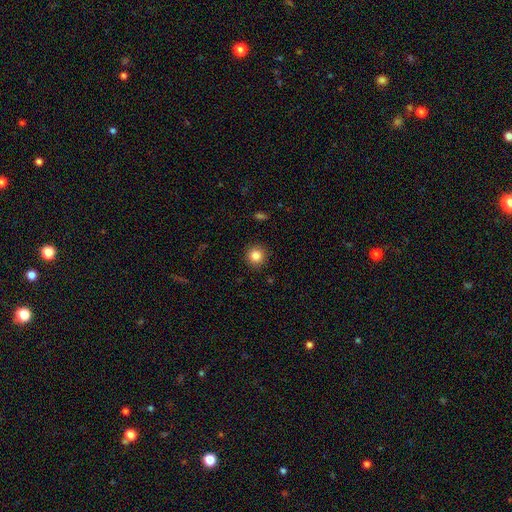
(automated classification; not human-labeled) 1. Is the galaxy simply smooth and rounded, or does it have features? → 84% smooth, 11% star or artifact, 5% featured or disk.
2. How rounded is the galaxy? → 94% round, 5% in between, 1% cigar-shaped.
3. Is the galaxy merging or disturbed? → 91% none, 6% minor disturbance, 2% major disturbance, 1% merger.